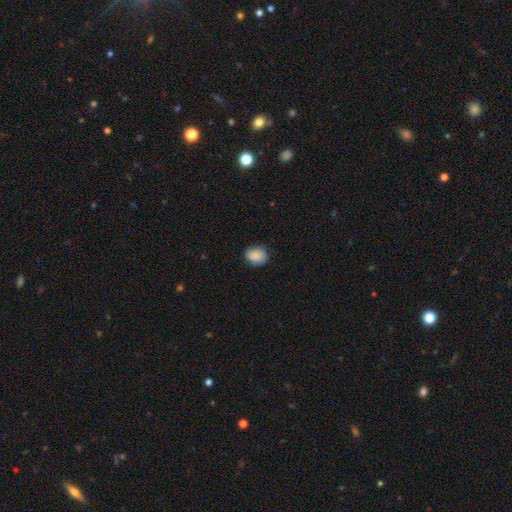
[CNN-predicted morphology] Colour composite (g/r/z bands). It shows a smooth galaxy with no disk features (87%) that is round (52%). Merging: none (81%).